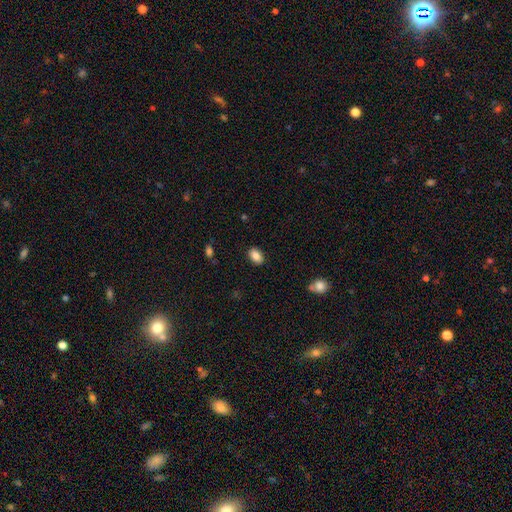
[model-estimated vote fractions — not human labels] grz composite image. It shows a smooth galaxy with no disk features (87%) that is in between round and cigar-shaped (89%). Merging: none (88%).